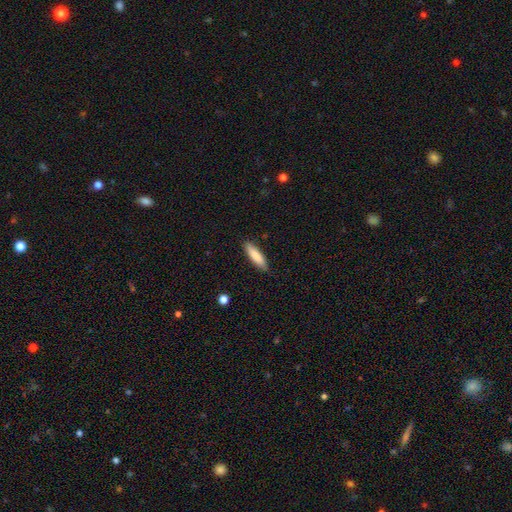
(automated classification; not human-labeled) Overall: smooth (83%). How rounded: cigar-shaped (69%; in between 30%). Merging: none (88%).